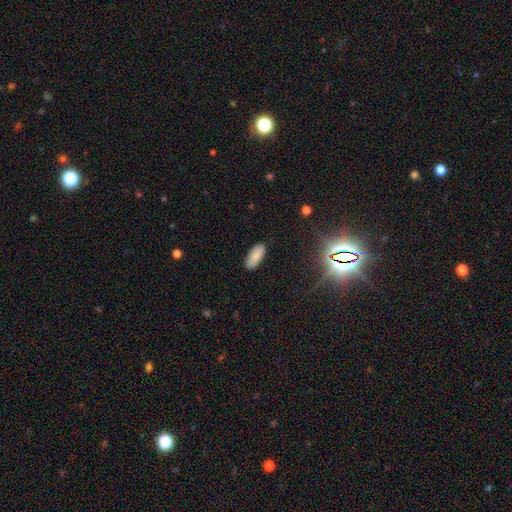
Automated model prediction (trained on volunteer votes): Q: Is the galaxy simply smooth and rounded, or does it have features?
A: smooth — 86%.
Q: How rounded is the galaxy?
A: in between — 87%.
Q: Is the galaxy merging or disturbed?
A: none — 88%.